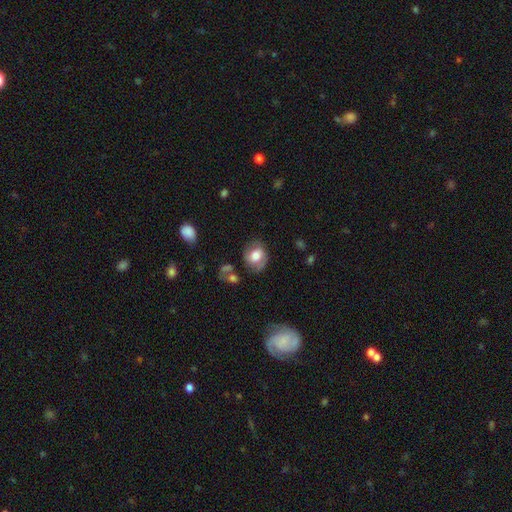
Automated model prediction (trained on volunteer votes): Smooth or featured? Predicted: smooth (p=0.55). How rounded? Predicted: round (p=0.50). Merging? Predicted: none (p=0.67).